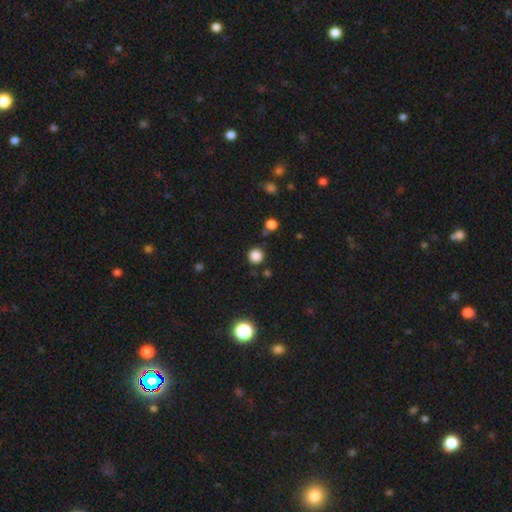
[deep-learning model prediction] smooth-or-featured: smooth: 84% | star or artifact: 13% | featured or disk: 3%
  how-rounded: round: 95% | in between: 4% | cigar-shaped: 1%
  merging: none: 87% | minor disturbance: 7% | merger: 3% | major disturbance: 3%